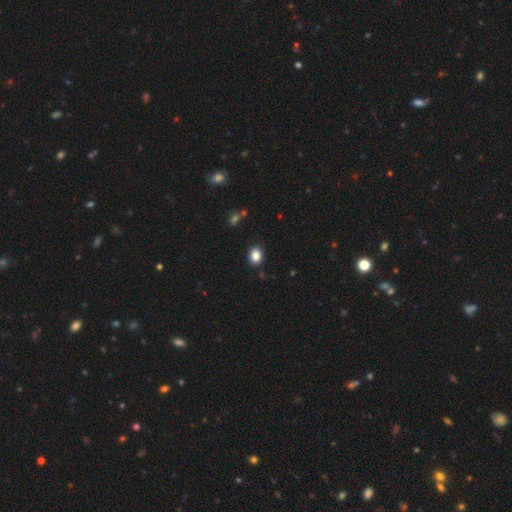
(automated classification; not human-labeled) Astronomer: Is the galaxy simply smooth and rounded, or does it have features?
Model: smooth — 86%.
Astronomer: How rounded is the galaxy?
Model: in between — 57% (runner-up: round, 42%).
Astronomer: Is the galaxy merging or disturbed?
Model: none — 88%.